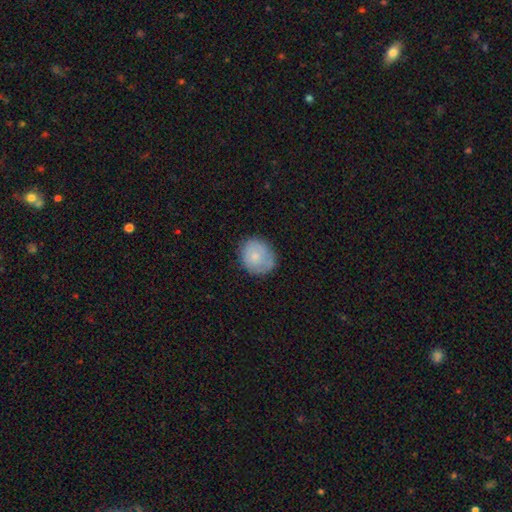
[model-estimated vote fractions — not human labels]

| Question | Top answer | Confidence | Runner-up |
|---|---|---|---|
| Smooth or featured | smooth | 72% | featured or disk (21%) |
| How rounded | round | 71% | in between (28%) |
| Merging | none | 72% | minor disturbance (21%) |